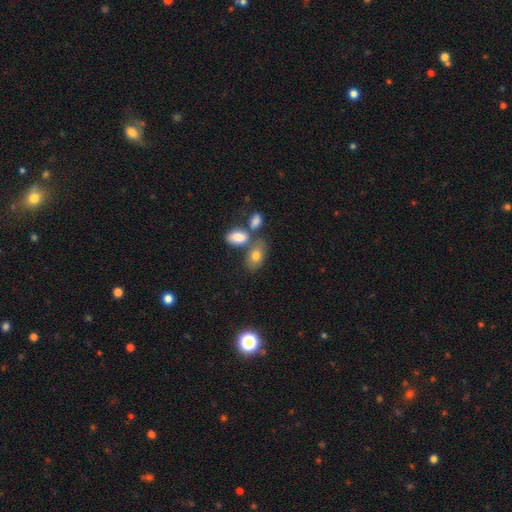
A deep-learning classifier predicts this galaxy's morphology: Q: Smooth or featured?
A: smooth (76%); runner-up: featured or disk (15%)
Q: How rounded?
A: in between (89%); runner-up: round (8%)
Q: Merging?
A: none (50%); runner-up: merger (31%)